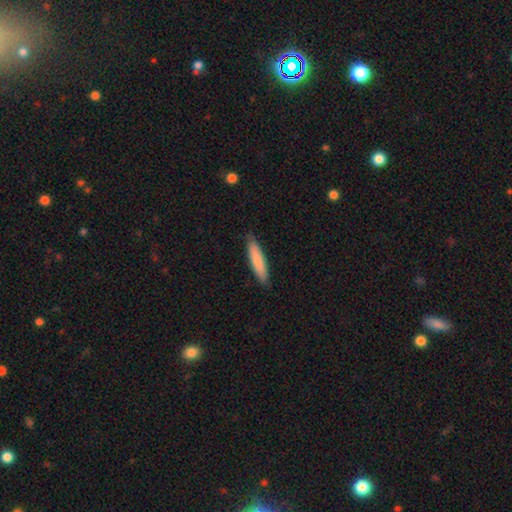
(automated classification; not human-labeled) This is clearly a smooth galaxy (81%). How rounded: clearly cigar-shaped (87%). Merging: clearly none (88%).